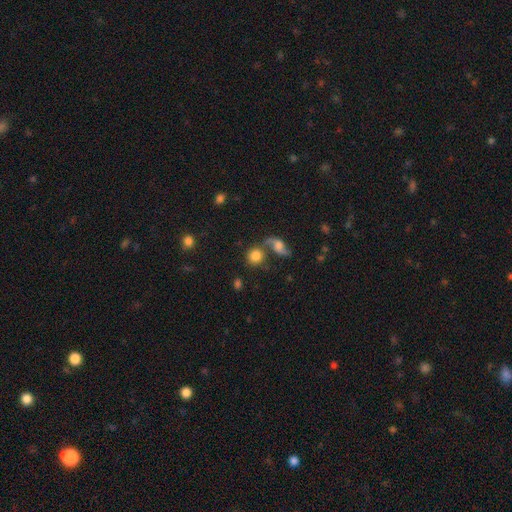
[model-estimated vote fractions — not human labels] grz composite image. It shows a smooth galaxy with no disk features (72%) that is round (86%). Merging: none (49%).